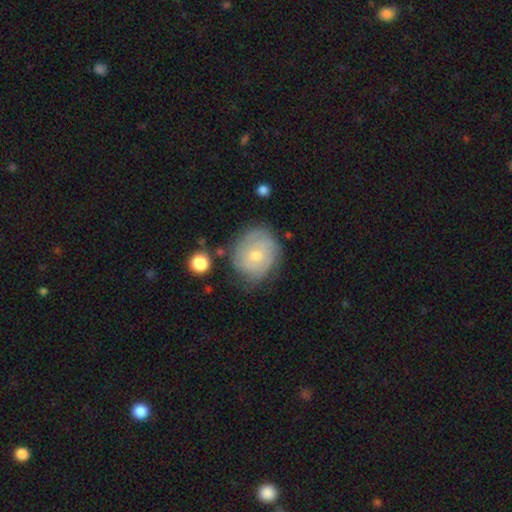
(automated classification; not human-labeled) A featured or disk galaxy (59%) with no bar (75%), spiral arms (77%) and a small central bulge (48%, tied with moderate). Merging: none (65%).